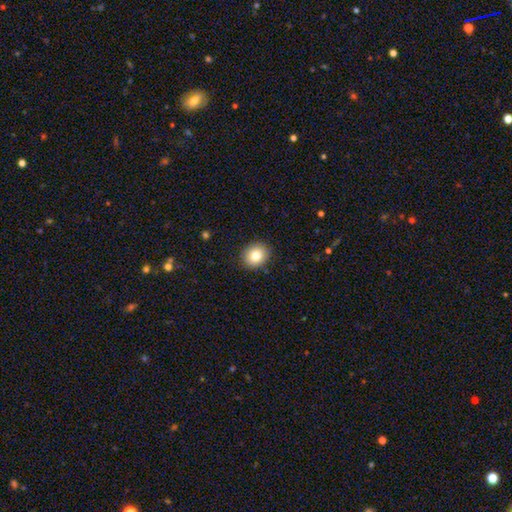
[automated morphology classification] Smooth or featured: smooth — 81% (featured or disk — 10%)
How rounded: round — 68% (in between — 31%)
Merging: none — 89% (minor disturbance — 8%)